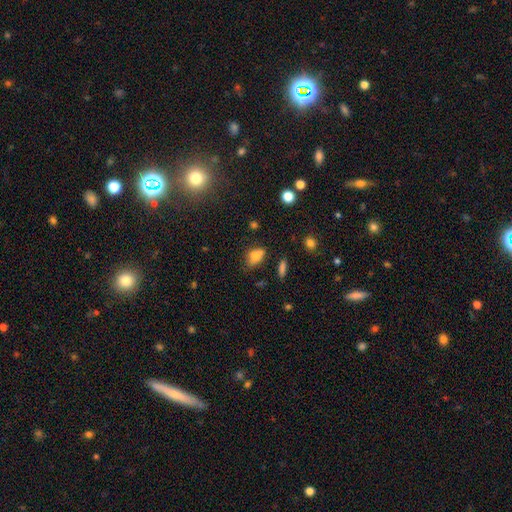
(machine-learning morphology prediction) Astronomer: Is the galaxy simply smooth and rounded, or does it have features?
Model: smooth — 78%.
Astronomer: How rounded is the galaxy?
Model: in between — 82%.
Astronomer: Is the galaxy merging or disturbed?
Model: none — 50% (runner-up: minor disturbance, 31%).